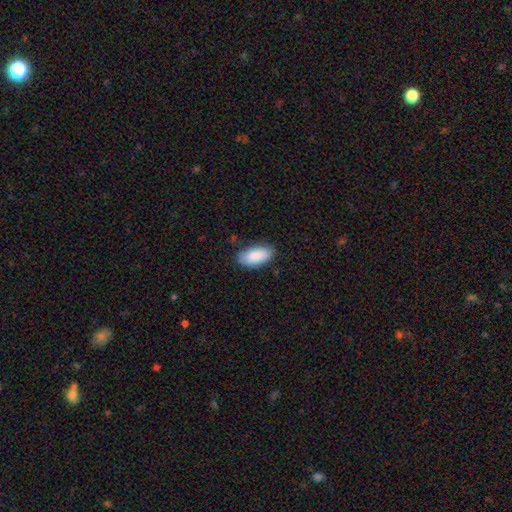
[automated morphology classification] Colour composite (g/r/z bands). It shows a smooth galaxy with no disk features (89%) that is in between round and cigar-shaped (93%). Merging: none (80%).